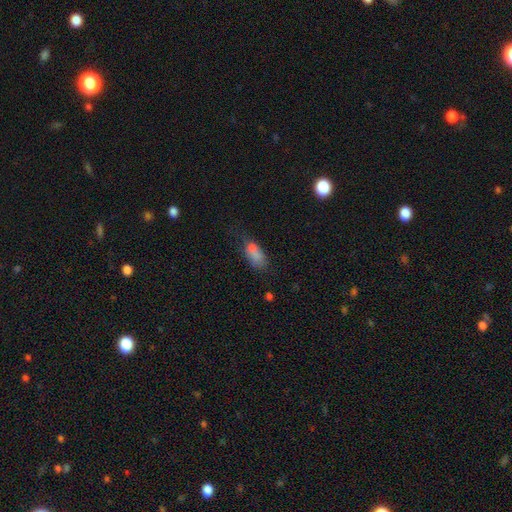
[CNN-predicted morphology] This is likely a smooth galaxy (71%). How rounded: likely in between (79%). Merging: marginally none (38%).